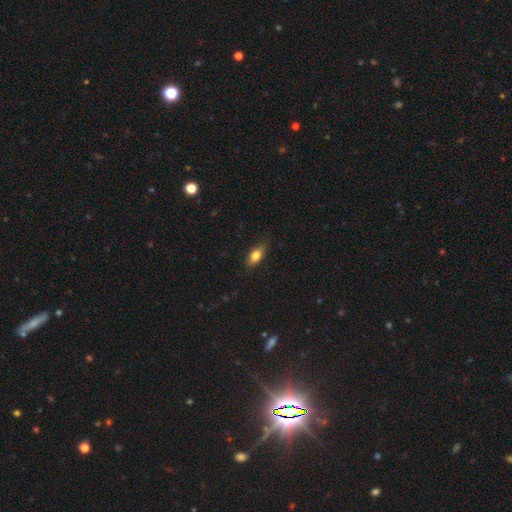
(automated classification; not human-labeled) Overall: smooth (78%). How rounded: in between (81%). Merging: none (82%).